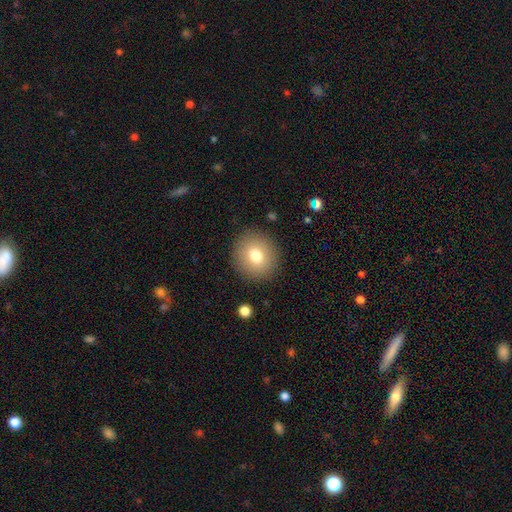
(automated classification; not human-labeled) Overall: smooth (76%). How rounded: round (87%). Merging: none (89%).